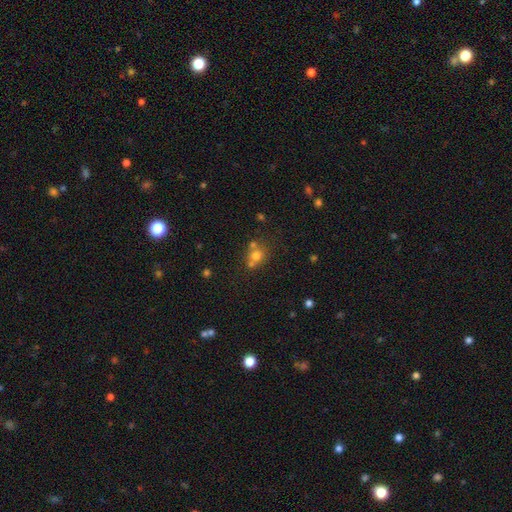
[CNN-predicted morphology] smooth-or-featured: smooth: 67% | star or artifact: 19% | featured or disk: 15%
  how-rounded: round: 79% | in between: 20% | cigar-shaped: 1%
  merging: none: 48% | merger: 38% | minor disturbance: 9% | major disturbance: 4%